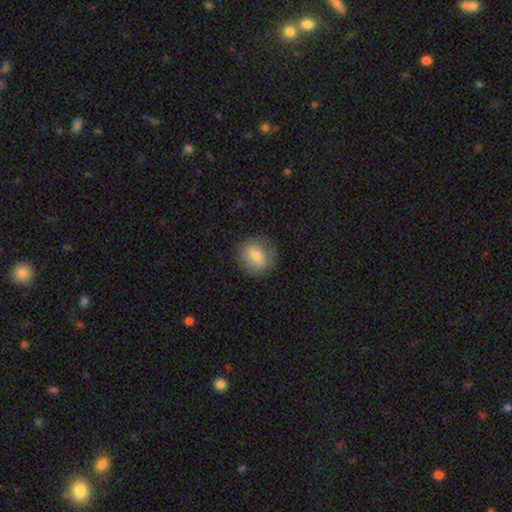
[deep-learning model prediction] Smooth or featured?
  - smooth: 75% *
  - featured or disk: 17%
  - star or artifact: 9%
How rounded?
  - round: 79% *
  - in between: 20%
  - cigar-shaped: 1%
Merging?
  - none: 79% *
  - minor disturbance: 15%
  - major disturbance: 5%
  - merger: 1%